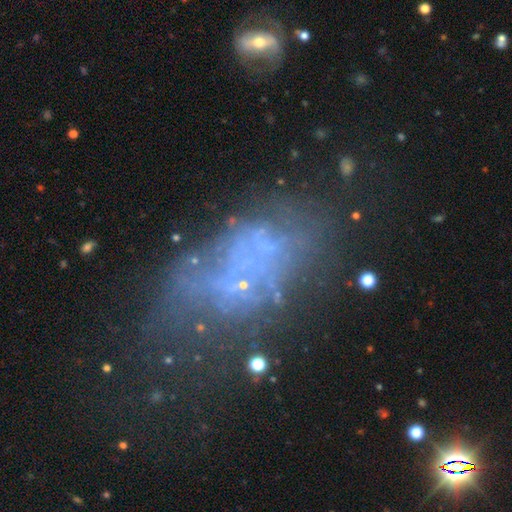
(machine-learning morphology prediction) A featured or disk galaxy (48%). Merging: major disturbance (36%).